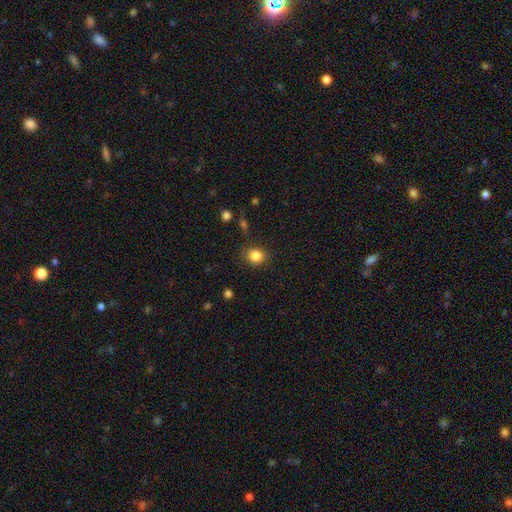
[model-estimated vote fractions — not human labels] A smooth galaxy with no disk features (84%) that is round (76%).

Vote fractions:
- Smooth or featured? smooth: 84% / star or artifact: 10% / featured or disk: 5%
- How rounded? round: 76% / in between: 23% / cigar-shaped: 1%
- Merging? none: 84% / minor disturbance: 11% / major disturbance: 3% / merger: 2%